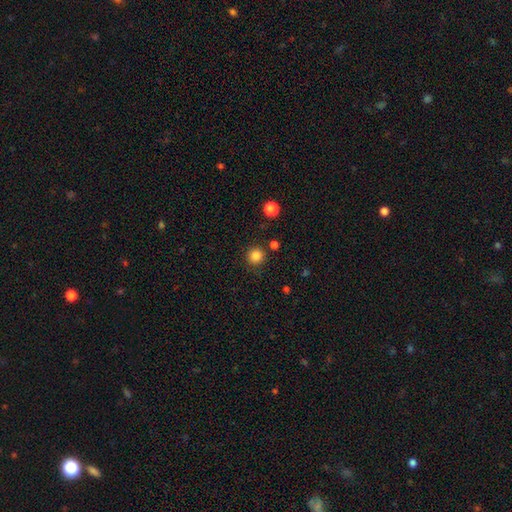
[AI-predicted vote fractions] The model was most divided on "smooth or featured": smooth: 85%, star or artifact: 12%, featured or disk: 4%. More confident: how rounded — round (94%); merging — none (87%).